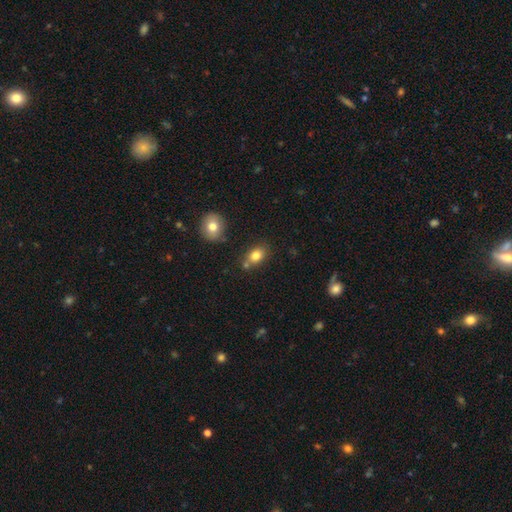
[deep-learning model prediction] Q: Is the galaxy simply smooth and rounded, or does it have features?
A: smooth — 81%.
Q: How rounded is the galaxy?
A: in between — 71%.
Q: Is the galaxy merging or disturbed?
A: none — 68%.